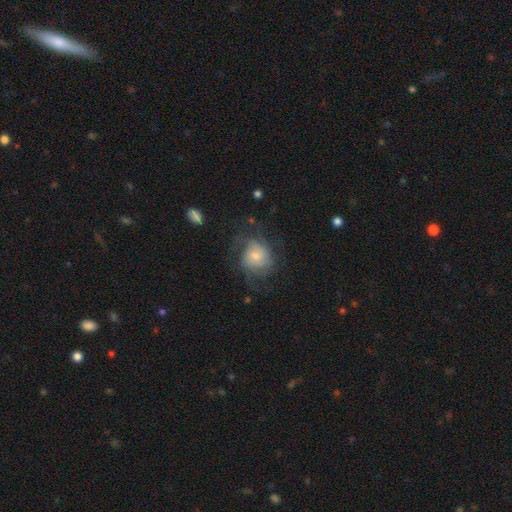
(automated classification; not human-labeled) A featured or disk galaxy (59%) with no bar (76%), spiral arms (84%) and a small central bulge (48%).

Vote fractions:
- Smooth or featured? featured or disk: 59% / smooth: 32% / star or artifact: 9%
- Edge-on disk? no: 97% / yes: 3%
- Bar? no: 76% / weak: 21% / strong: 3%
- Spiral arms? yes: 84% / no: 16%
- Bulge size? small: 48% / moderate: 37% / large: 9% / none: 4% / dominant: 2%
- Merging? none: 58% / major disturbance: 20% / minor disturbance: 20% / merger: 1%